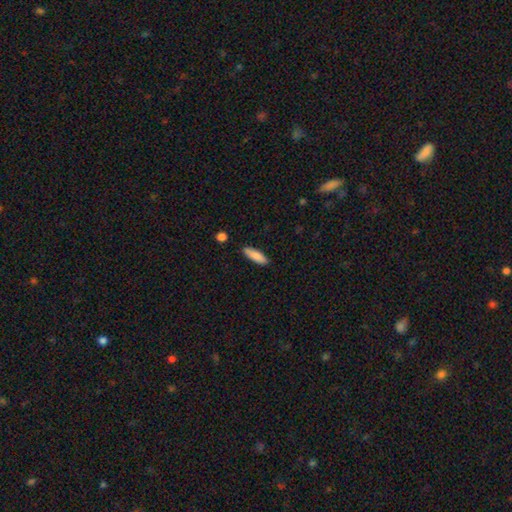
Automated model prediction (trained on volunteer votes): Q: Smooth or featured?
A: smooth (85%); runner-up: featured or disk (9%)
Q: How rounded?
A: cigar-shaped (53%); runner-up: in between (45%)
Q: Merging?
A: none (87%); runner-up: minor disturbance (9%)